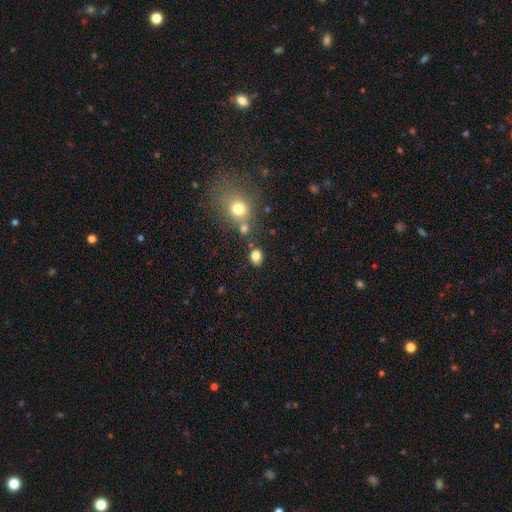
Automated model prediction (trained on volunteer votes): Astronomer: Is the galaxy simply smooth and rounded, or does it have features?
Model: smooth — 81%.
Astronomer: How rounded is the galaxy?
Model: in between — 58% (runner-up: round, 41%).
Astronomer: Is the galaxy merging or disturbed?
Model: none — 76%.